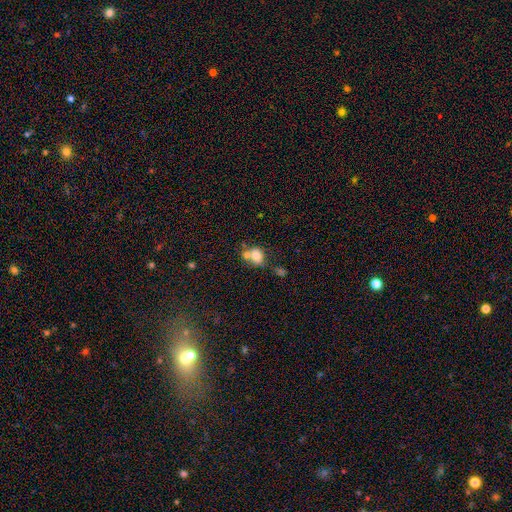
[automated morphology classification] smooth_or_featured: smooth (p=0.71) [alt: featured or disk p=0.18]
how_rounded: round (p=0.64) [alt: in between p=0.35]
merging: merger (p=0.44) [alt: none p=0.38]